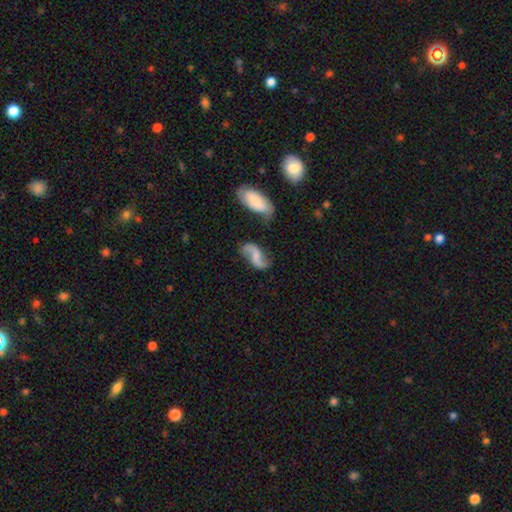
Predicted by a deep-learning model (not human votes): This appears to be a featured or disk galaxy (75%) with no bar (47%), 2 (92%) loose (78%) spiral arms (93%) and no central bulge (48%). Merging: none (61%).